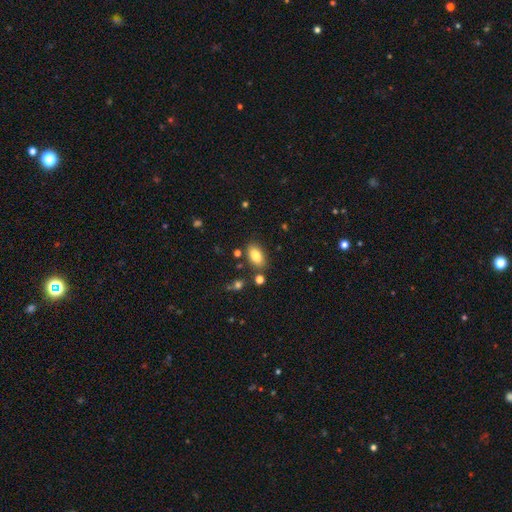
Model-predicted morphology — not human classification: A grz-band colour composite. It shows a smooth galaxy with no disk features (84%) that is in between round and cigar-shaped (92%). Merging: none (81%).